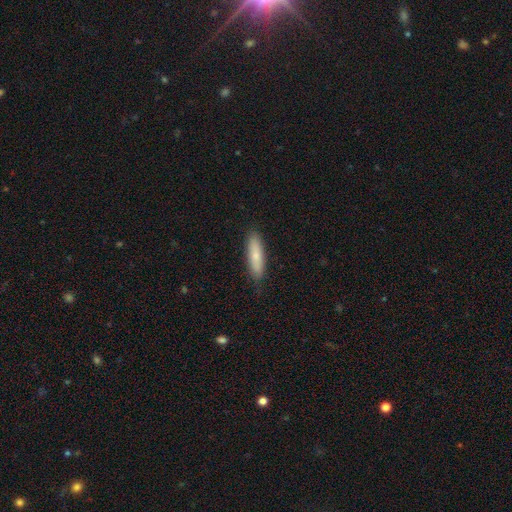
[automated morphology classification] smooth 77%, featured or disk 17%, star or artifact 6%. Down the decision tree: how rounded — cigar-shaped (71%); merging — none (86%).